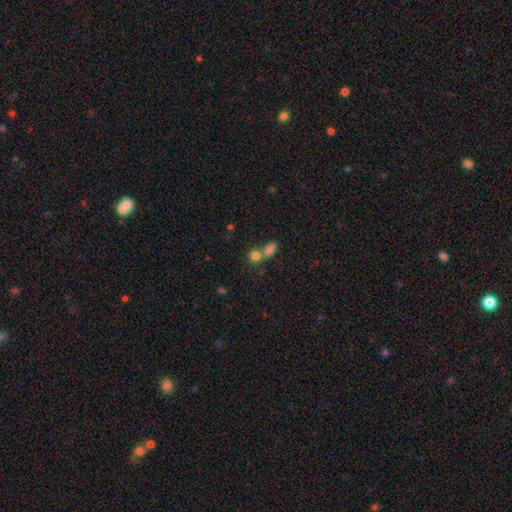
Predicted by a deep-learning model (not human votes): Overall: smooth (79%). How rounded: round (67%; in between 31%). Merging: merger (46%; none 42%).